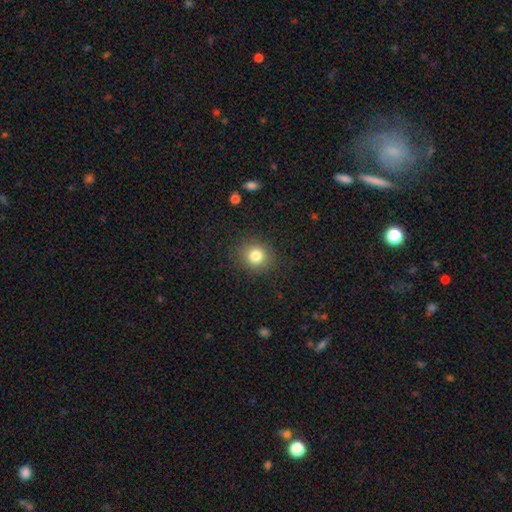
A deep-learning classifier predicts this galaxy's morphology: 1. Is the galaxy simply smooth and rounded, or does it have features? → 82% smooth, 11% star or artifact, 7% featured or disk.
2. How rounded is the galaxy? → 83% round, 16% in between, 1% cigar-shaped.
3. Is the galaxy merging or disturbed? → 88% none, 8% minor disturbance, 3% major disturbance, 1% merger.